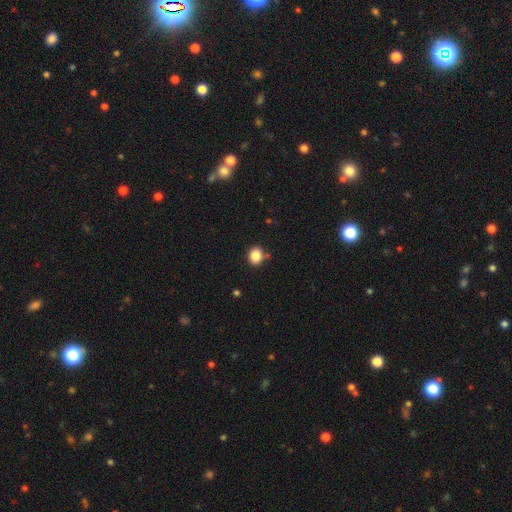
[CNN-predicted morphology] The model was most divided on "how rounded": round: 63%, in between: 36%, cigar-shaped: 1%. More confident: smooth or featured — smooth (85%); merging — none (81%).